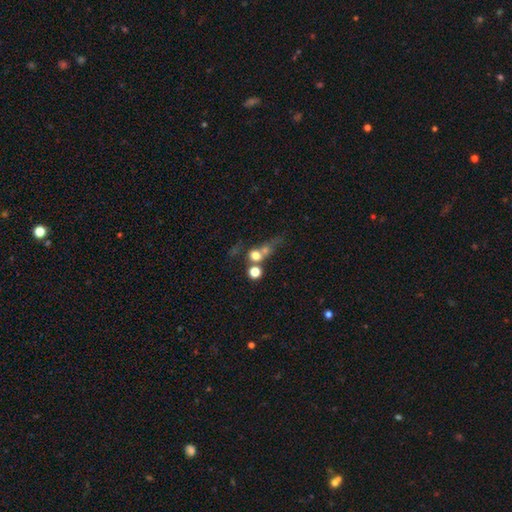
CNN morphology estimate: This is likely a smooth galaxy (64%). How rounded: likely round (78%). Merging: possibly merger (48%).